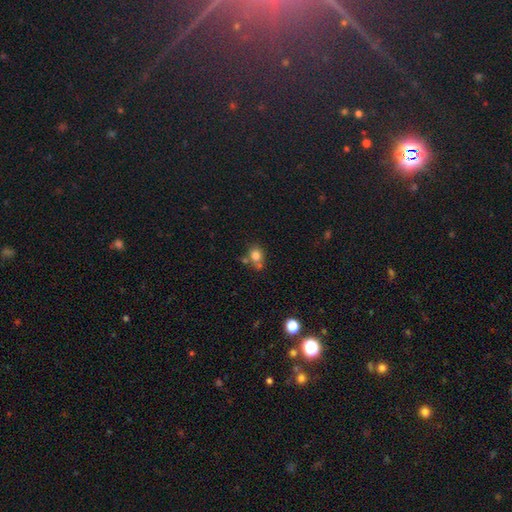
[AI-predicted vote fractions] Smooth or featured?
  - smooth: 78% *
  - star or artifact: 12%
  - featured or disk: 9%
How rounded?
  - round: 59% *
  - in between: 40%
  - cigar-shaped: 1%
Merging?
  - none: 52% *
  - merger: 27%
  - minor disturbance: 16%
  - major disturbance: 5%